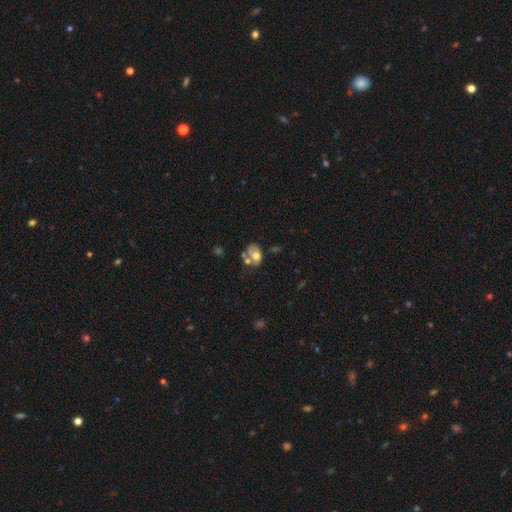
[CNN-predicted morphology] smooth-or-featured: smooth: 52% | featured or disk: 38% | star or artifact: 10%
  how-rounded: in between: 69% | round: 30% | cigar-shaped: 1%
  merging: merger: 43% | none: 26% | minor disturbance: 16% | major disturbance: 14%